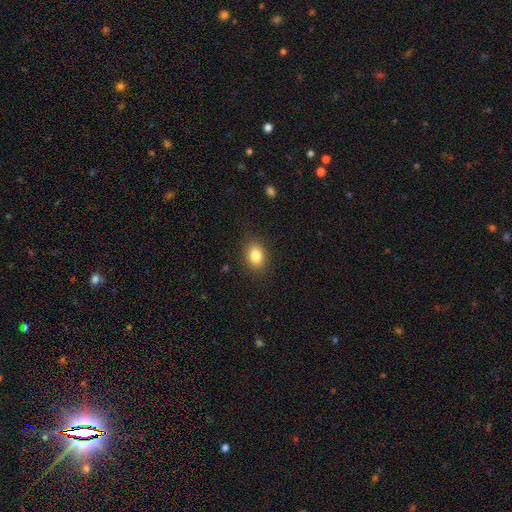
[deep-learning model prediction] This is clearly a smooth galaxy (84%). How rounded: likely in between (68%). Merging: clearly none (87%).